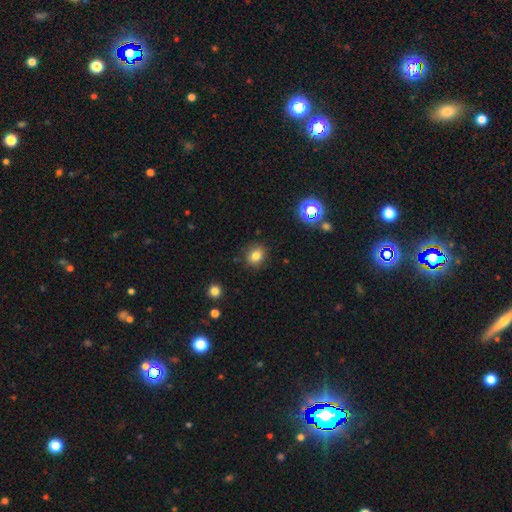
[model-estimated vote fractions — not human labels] This appears to be a smooth galaxy with no disk features (80%) that is round (67%). Merging: none (86%).